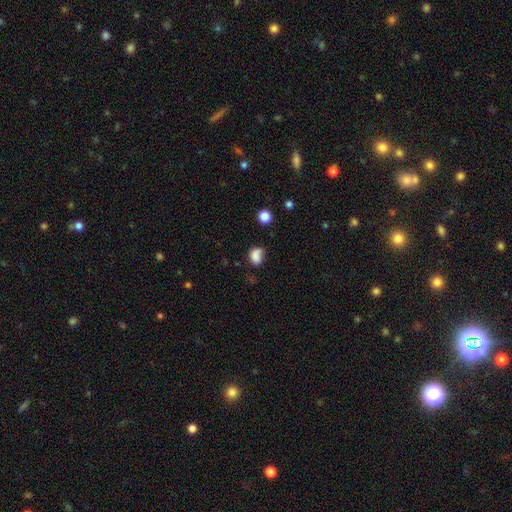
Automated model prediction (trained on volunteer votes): Q: Smooth or featured?
A: smooth (81%); runner-up: star or artifact (11%)
Q: How rounded?
A: in between (60%); runner-up: round (39%)
Q: Merging?
A: none (49%); runner-up: minor disturbance (32%)